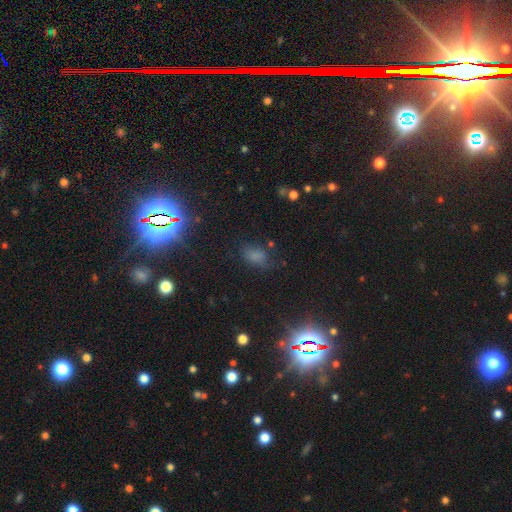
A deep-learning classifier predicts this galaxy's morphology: smooth 59%, star or artifact 31%, featured or disk 9%. Down the decision tree: how rounded — in between (83%); merging — none (65%).